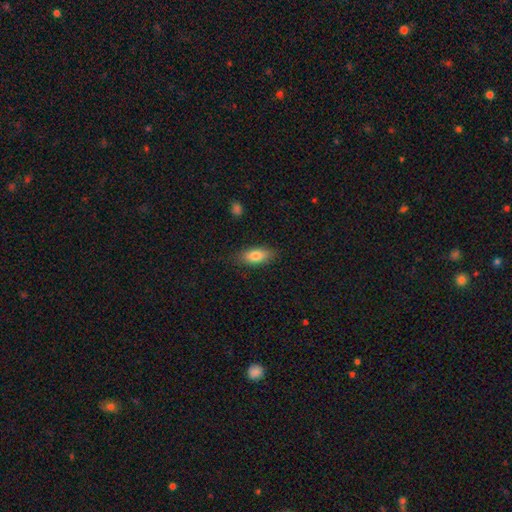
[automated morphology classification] A smooth galaxy with no disk features (79%) that is in between round and cigar-shaped (81%). Merging: none (83%).